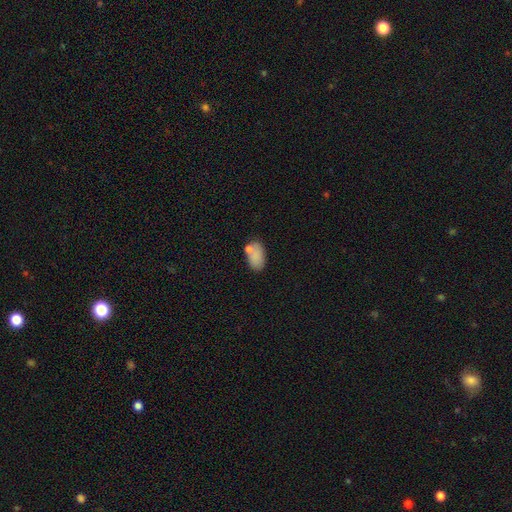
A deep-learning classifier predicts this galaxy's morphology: smooth 82%, featured or disk 9%, star or artifact 9%. Down the decision tree: how rounded — in between (92%); merging — none (62%).